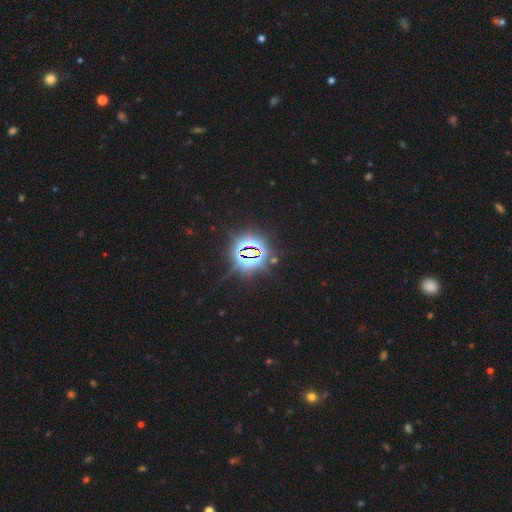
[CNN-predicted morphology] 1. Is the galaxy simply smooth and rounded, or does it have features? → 83% star or artifact, 10% smooth, 7% featured or disk.